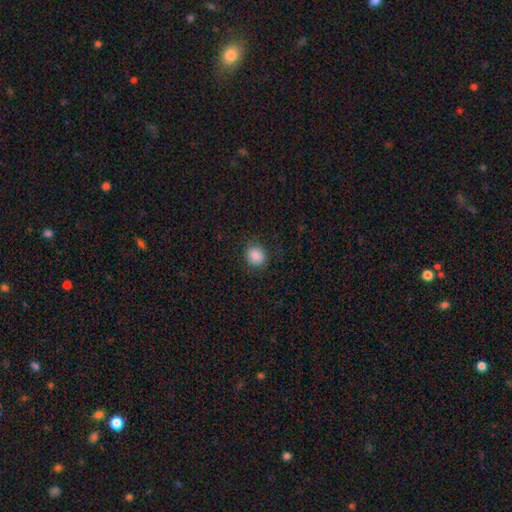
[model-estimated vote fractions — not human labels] Smooth or featured? smooth (87%)
How rounded? round (68%)
Merging? none (83%)